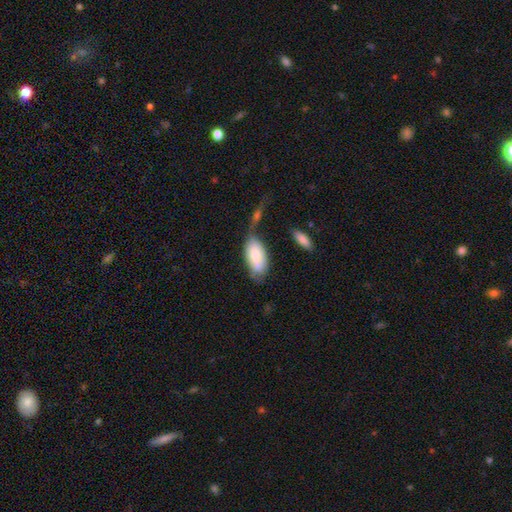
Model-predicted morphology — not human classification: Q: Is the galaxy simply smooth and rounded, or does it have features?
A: smooth — 79%.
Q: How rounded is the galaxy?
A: in between — 91%.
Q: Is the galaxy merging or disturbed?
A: none — 52%.